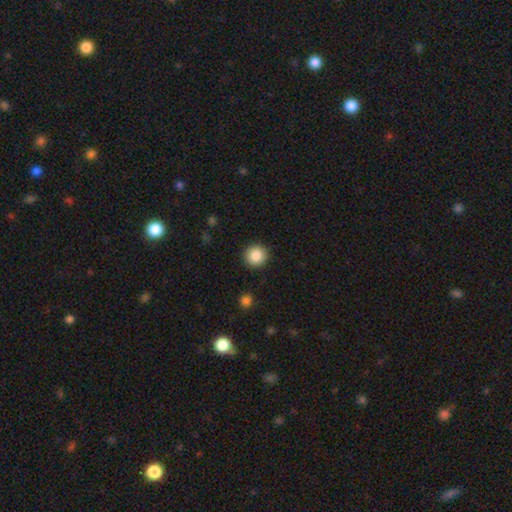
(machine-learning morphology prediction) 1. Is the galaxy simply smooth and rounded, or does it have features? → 87% smooth, 9% star or artifact, 5% featured or disk.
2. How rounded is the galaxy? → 94% round, 5% in between, 1% cigar-shaped.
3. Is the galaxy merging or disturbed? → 92% none, 5% minor disturbance, 2% major disturbance, 1% merger.